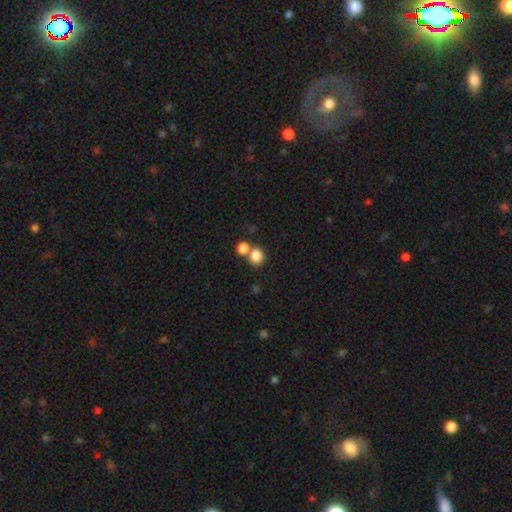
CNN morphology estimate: smooth 83%, star or artifact 11%, featured or disk 6%. Down the decision tree: how rounded — round (84%); merging — none (58%).